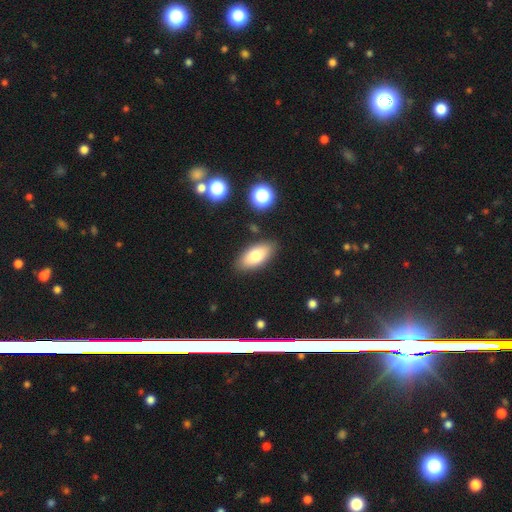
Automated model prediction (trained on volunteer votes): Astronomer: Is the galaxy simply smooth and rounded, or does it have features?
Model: smooth — 76%.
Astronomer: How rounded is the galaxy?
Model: in between — 88%.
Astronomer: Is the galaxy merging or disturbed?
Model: none — 86%.